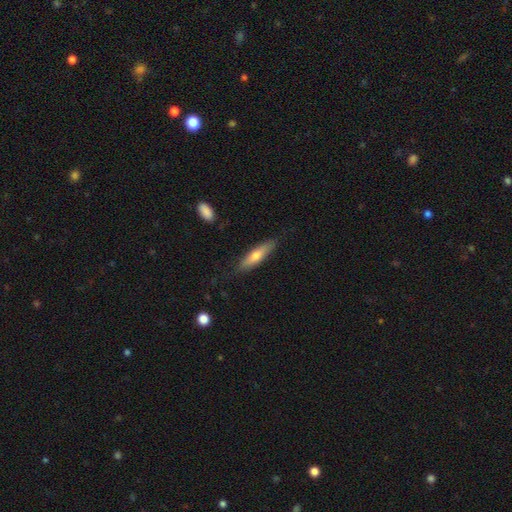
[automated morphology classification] type=smooth (59%); roundness=cigar-shaped (75%); merging=none (82%).